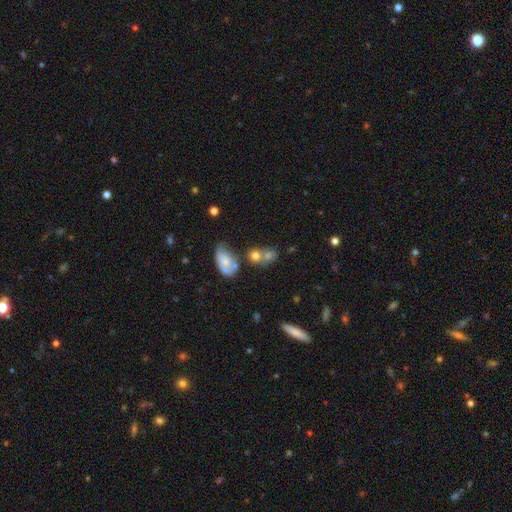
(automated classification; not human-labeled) A smooth galaxy with no disk features (71%) that is round (53%). Merging: merger (47%).